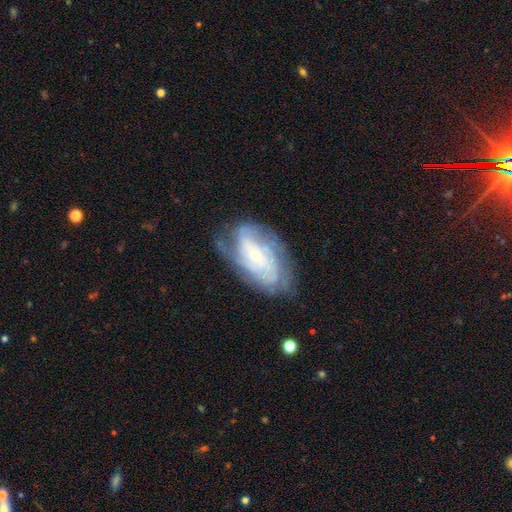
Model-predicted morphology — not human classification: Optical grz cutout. It shows a featured or disk galaxy (78%) with no bar (67%), tight (57%) spiral arms (89%) and a small central bulge (75%). Merging: none (65%).